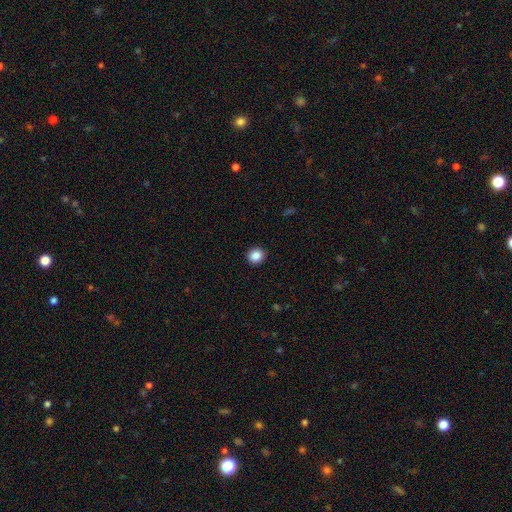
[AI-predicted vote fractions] smooth-or-featured: smooth: 87% | star or artifact: 9% | featured or disk: 3%
  how-rounded: round: 86% | in between: 13% | cigar-shaped: 1%
  merging: none: 92% | minor disturbance: 5% | major disturbance: 2% | merger: 1%